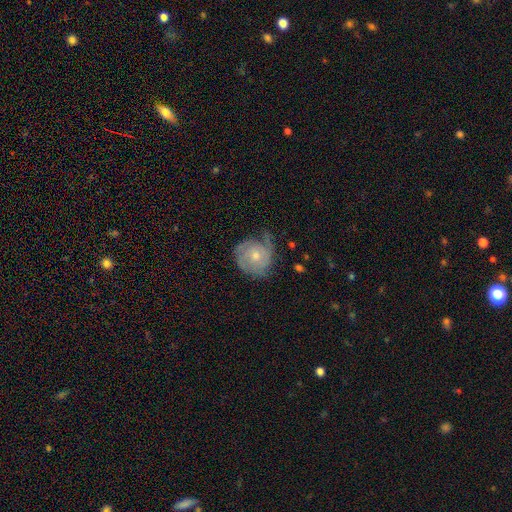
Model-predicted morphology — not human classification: Smooth or featured? Predicted: featured or disk (p=0.60). Edge-on disk? Predicted: no (p=0.97). Bar? Predicted: no (p=0.81). Spiral arms? Predicted: yes (p=0.82). Bulge size? Predicted: moderate (p=0.51). Merging? Predicted: none (p=0.53).